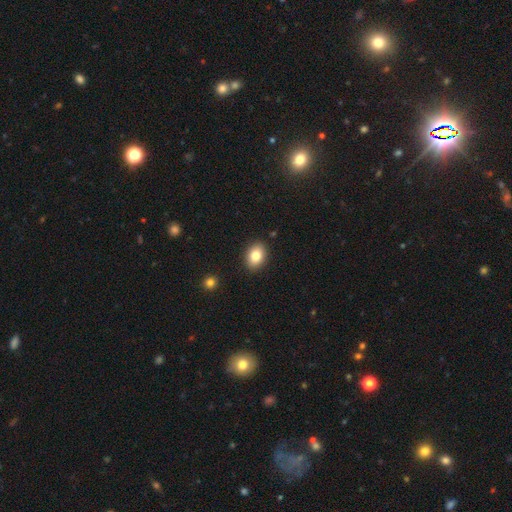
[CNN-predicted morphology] This is clearly a smooth galaxy (83%). How rounded: likely in between (75%). Merging: clearly none (89%).